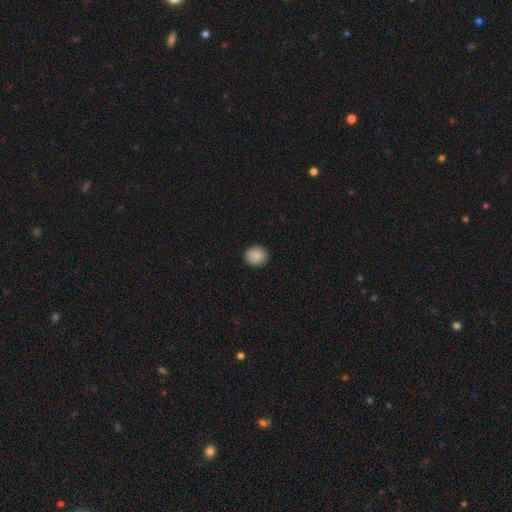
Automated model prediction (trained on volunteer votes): This appears to be a smooth galaxy with no disk features (89%) that is round (77%). Merging: none (90%).